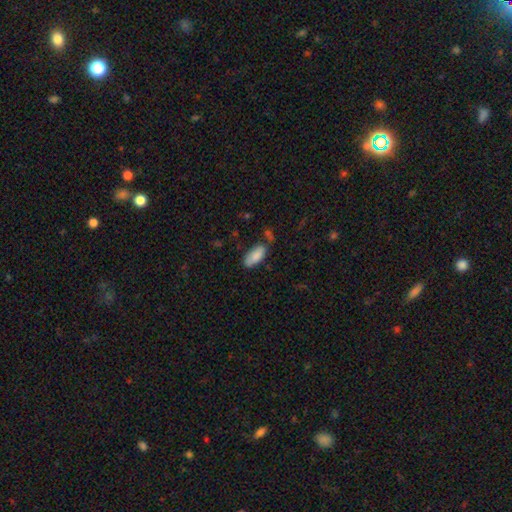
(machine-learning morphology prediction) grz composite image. It shows a smooth galaxy with no disk features (86%) that is in between round and cigar-shaped (87%). Merging: none (67%).